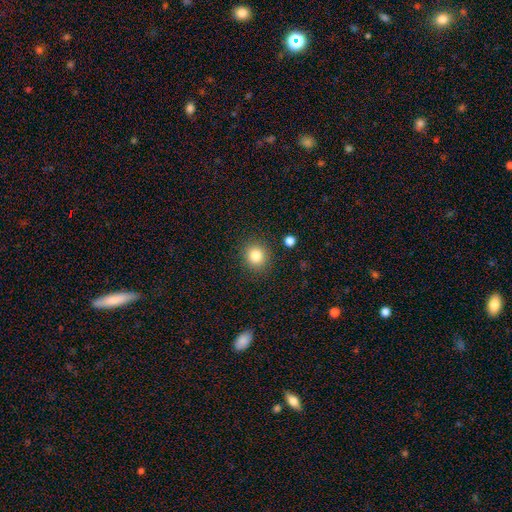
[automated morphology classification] Smooth or featured?
  - smooth: 83% *
  - star or artifact: 11%
  - featured or disk: 6%
How rounded?
  - round: 84% *
  - in between: 15%
  - cigar-shaped: 1%
Merging?
  - none: 88% *
  - minor disturbance: 7%
  - major disturbance: 3%
  - merger: 2%